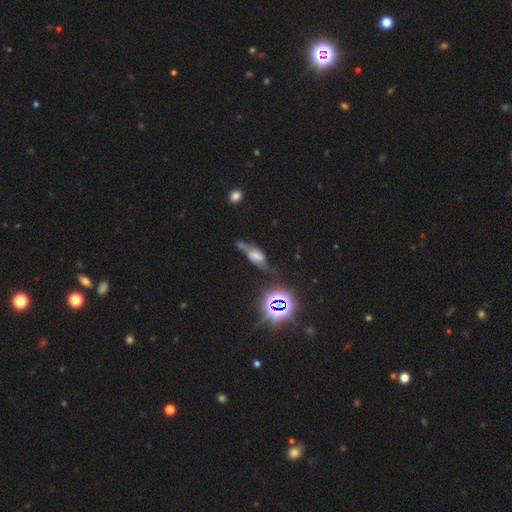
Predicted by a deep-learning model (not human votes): smooth-or-featured: featured or disk: 48% | smooth: 32% | star or artifact: 20%
  merging: none: 36% | minor disturbance: 25% | major disturbance: 23% | merger: 16%